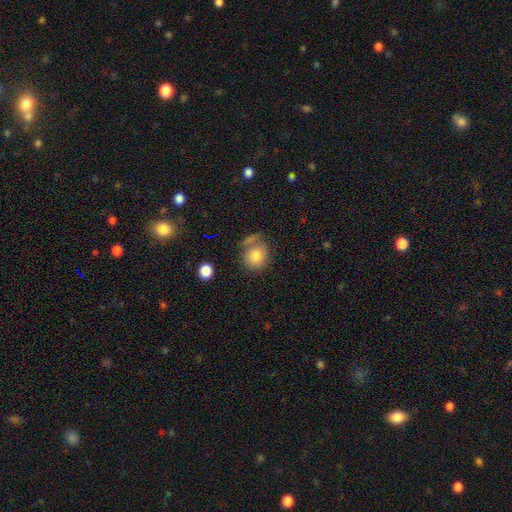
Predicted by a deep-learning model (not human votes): This appears to be a smooth galaxy with no disk features (80%) that is round (69%). Merging: none (57%).